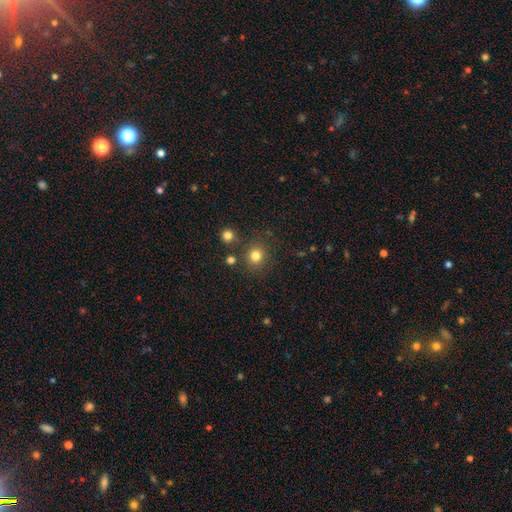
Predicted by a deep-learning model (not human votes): Overall: smooth (80%). How rounded: round (88%). Merging: none (82%).